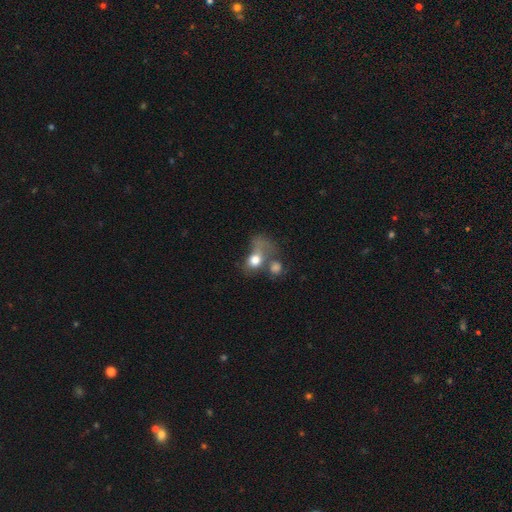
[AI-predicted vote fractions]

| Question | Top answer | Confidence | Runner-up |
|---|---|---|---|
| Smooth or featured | smooth | 45% | featured or disk (37%) |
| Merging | merger | 51% | none (27%) |